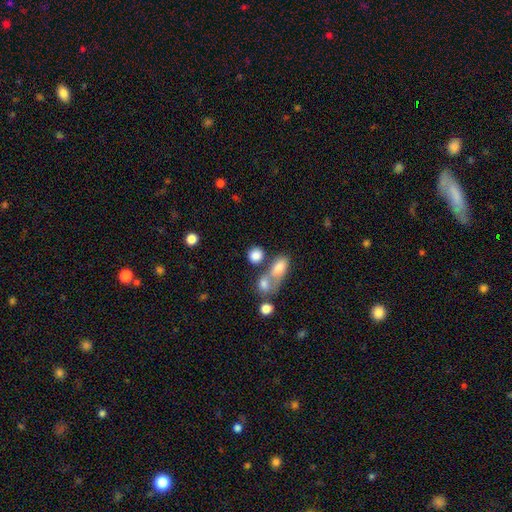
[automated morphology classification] Smooth or featured? smooth (82%)
How rounded? round (71%)
Merging? none (54%)